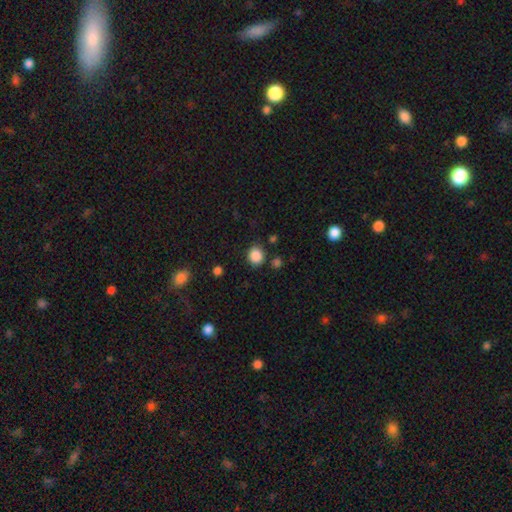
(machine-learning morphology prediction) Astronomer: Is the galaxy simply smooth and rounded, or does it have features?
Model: smooth — 86%.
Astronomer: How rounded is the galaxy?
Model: round — 82%.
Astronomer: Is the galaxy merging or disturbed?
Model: none — 84%.